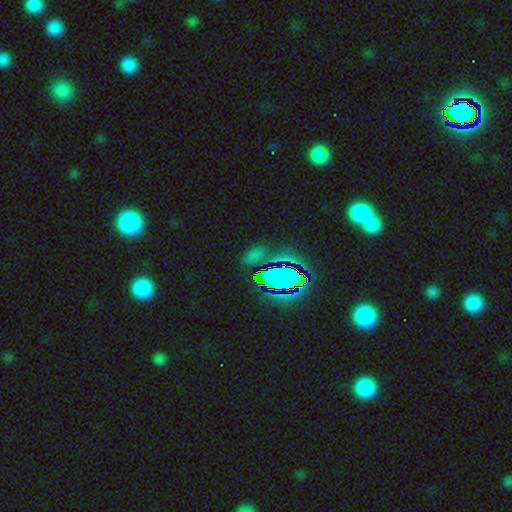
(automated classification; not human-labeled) This is likely a star or artifact rather than a galaxy (64%).